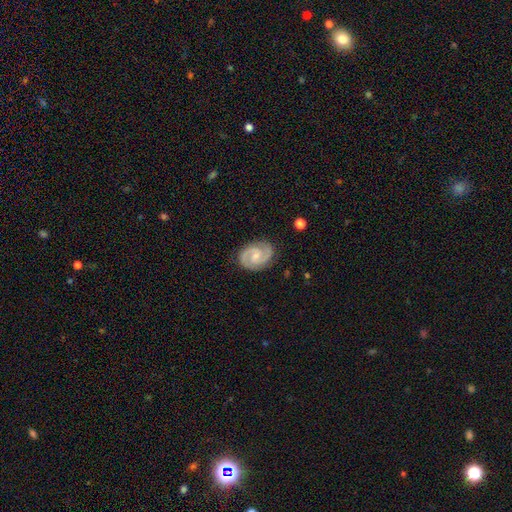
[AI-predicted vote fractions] smooth_or_featured: featured or disk (p=0.90) [alt: smooth p=0.06]
disk_edge_on: no (p=0.98) [alt: yes p=0.02]
bar: weak (p=0.45) [tied with: no p=0.45]
has_spiral_arms: yes (p=0.98) [alt: no p=0.02]
spiral_winding: medium (p=0.51) [alt: tight p=0.42]
spiral_arm_count: 2 (p=0.93) [alt: 3 p=0.02]
bulge_size: small (p=0.57) [alt: moderate p=0.31]
merging: none (p=0.86) [alt: minor disturbance p=0.11]